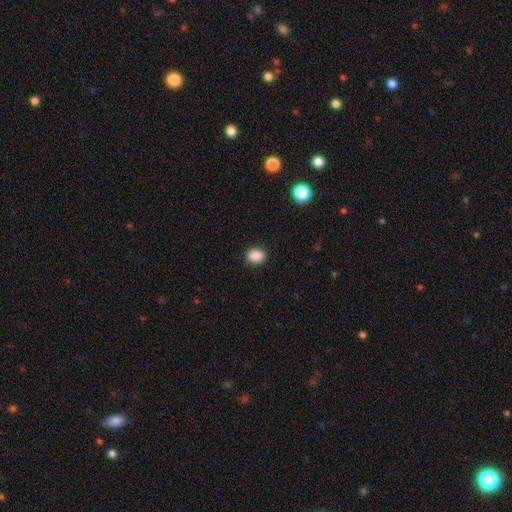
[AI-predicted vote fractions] Smooth or featured? Predicted: smooth (p=0.88). How rounded? Predicted: round (p=0.50). Merging? Predicted: none (p=0.86).